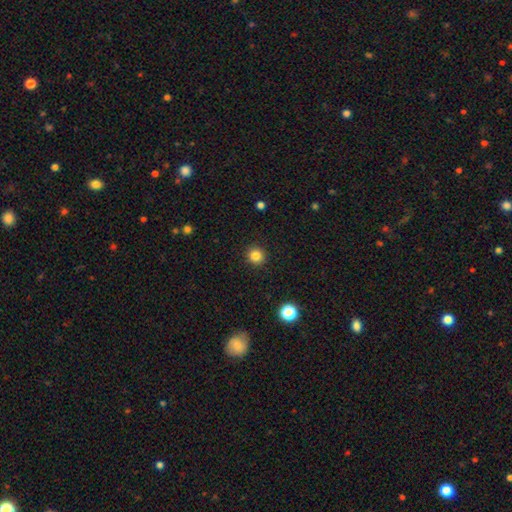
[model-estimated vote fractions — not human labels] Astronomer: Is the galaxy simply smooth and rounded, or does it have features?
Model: smooth — 83%.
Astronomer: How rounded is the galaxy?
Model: round — 93%.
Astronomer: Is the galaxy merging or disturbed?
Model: none — 92%.